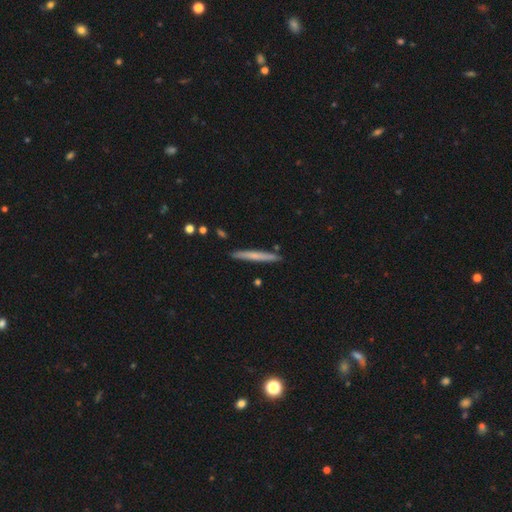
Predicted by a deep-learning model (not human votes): Smooth or featured?
  - smooth: 59% *
  - featured or disk: 35%
  - star or artifact: 6%
How rounded?
  - cigar-shaped: 96% *
  - in between: 2%
  - round: 1%
Merging?
  - none: 89% *
  - minor disturbance: 8%
  - merger: 2%
  - major disturbance: 1%